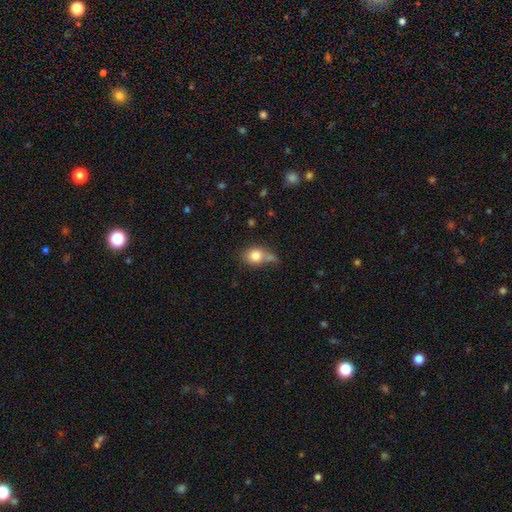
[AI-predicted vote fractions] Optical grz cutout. It shows a smooth galaxy with no disk features (81%) that is round (57%). Merging: none (43%).